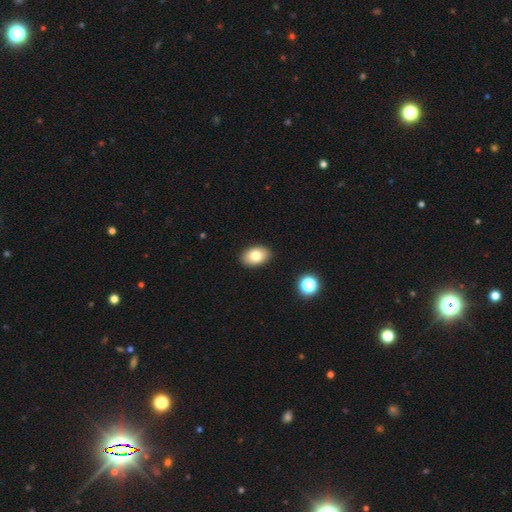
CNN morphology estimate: smooth_or_featured: smooth (p=0.80) [alt: featured or disk p=0.11]
how_rounded: in between (p=0.88) [alt: round p=0.11]
merging: none (p=0.89) [alt: minor disturbance p=0.07]